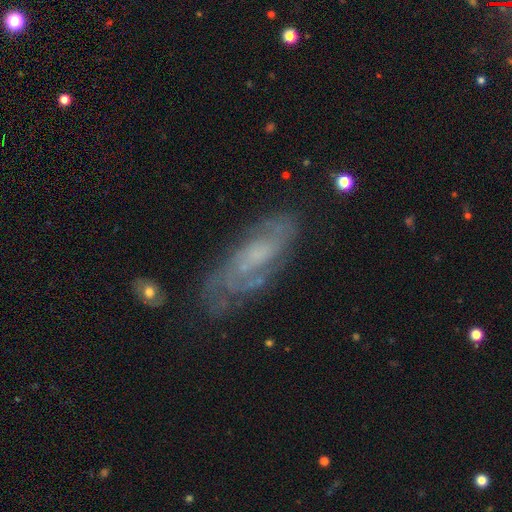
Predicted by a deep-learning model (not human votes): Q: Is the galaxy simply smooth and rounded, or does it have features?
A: featured or disk — 73%.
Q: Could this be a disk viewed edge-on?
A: no — 87%.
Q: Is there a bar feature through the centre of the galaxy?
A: no — 58%.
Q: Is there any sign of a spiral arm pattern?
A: yes — 87%.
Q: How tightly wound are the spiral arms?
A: tight — 48%.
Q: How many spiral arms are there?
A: can't tell — 41%.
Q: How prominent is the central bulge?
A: small — 37%.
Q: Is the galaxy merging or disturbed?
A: none — 67%.